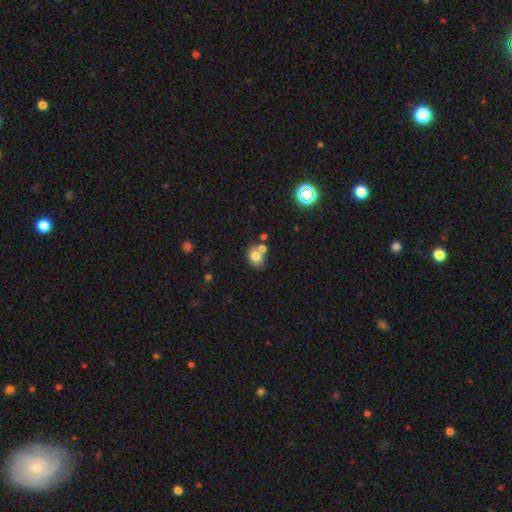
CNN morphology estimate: A smooth galaxy with no disk features (75%) that is in between round and cigar-shaped (61%).

Vote fractions:
- Smooth or featured? smooth: 75% / featured or disk: 13% / star or artifact: 12%
- How rounded? in between: 61% / round: 38% / cigar-shaped: 1%
- Merging? none: 54% / merger: 28% / minor disturbance: 13% / major disturbance: 4%